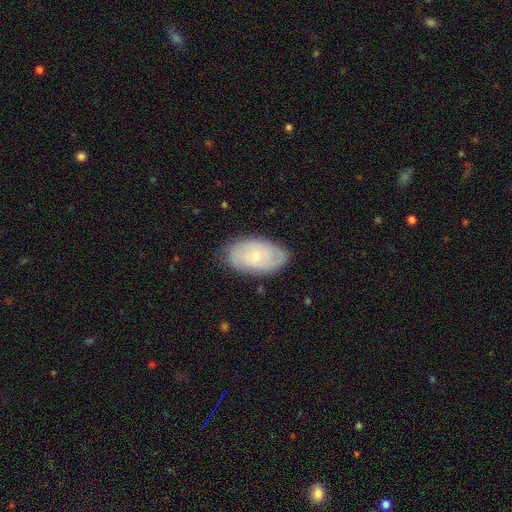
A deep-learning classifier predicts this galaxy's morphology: Overall: featured or disk (65%; smooth 28%). Edge-on disk: no (95%). Bar: no (77%). Spiral arms: yes (89%). Spiral arm count: 2 (39%; can't tell 36%). Spiral winding: tight (65%; medium 28%). Bulge size: small (77%). Merging: none (82%).